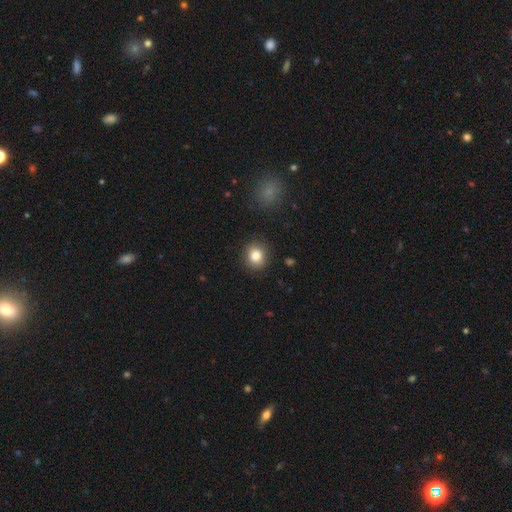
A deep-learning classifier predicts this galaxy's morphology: A smooth galaxy with no disk features (83%) that is round (84%).

Vote fractions:
- Smooth or featured? smooth: 83% / star or artifact: 10% / featured or disk: 7%
- How rounded? round: 84% / in between: 15% / cigar-shaped: 1%
- Merging? none: 89% / minor disturbance: 8% / major disturbance: 2% / merger: 1%